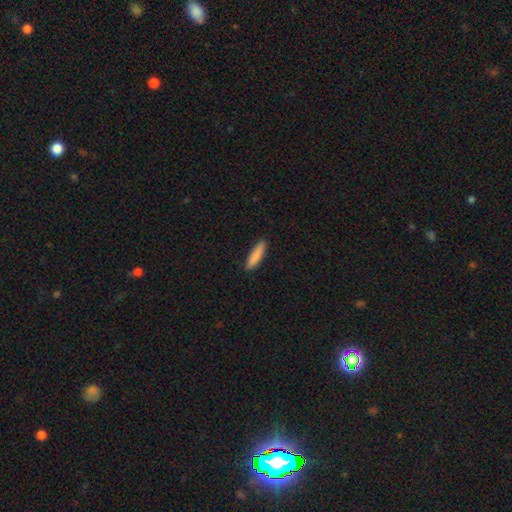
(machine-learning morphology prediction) Smooth or featured? Predicted: smooth (p=0.87). How rounded? Predicted: cigar-shaped (p=0.81). Merging? Predicted: none (p=0.89).